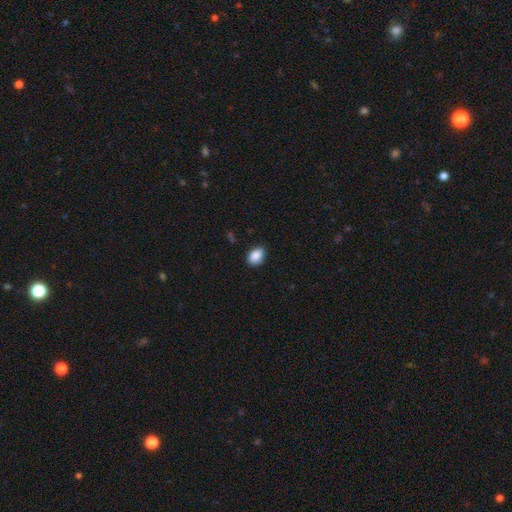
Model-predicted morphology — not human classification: Q: Smooth or featured?
A: smooth (89%); runner-up: star or artifact (7%)
Q: How rounded?
A: in between (80%); runner-up: round (19%)
Q: Merging?
A: none (84%); runner-up: minor disturbance (12%)